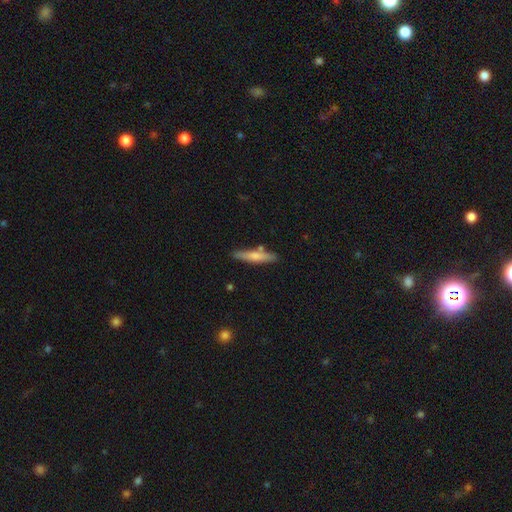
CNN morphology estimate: This appears to be a smooth galaxy with no disk features (59%) that is cigar-shaped (88%). Merging: none (82%).